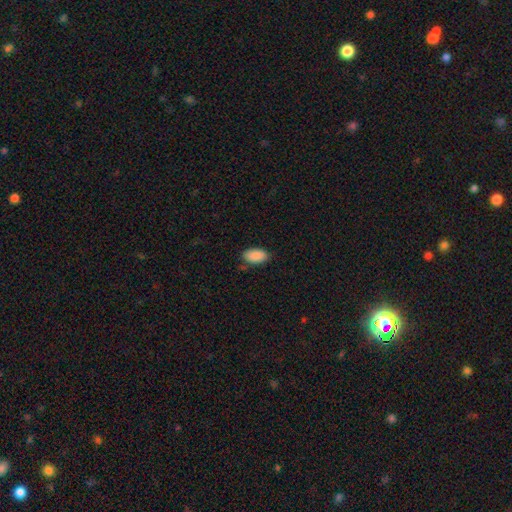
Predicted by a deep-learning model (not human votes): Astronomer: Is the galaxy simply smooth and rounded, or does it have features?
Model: smooth — 89%.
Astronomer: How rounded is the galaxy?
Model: in between — 95%.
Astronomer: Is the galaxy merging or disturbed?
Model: none — 80%.